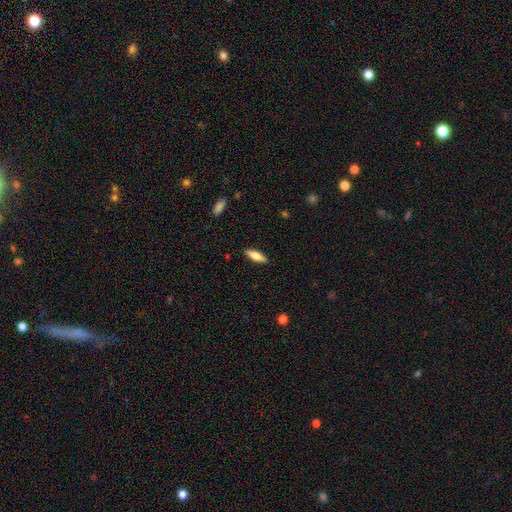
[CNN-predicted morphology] Smooth or featured?
  - smooth: 71% *
  - featured or disk: 23%
  - star or artifact: 6%
How rounded?
  - in between: 58% *
  - cigar-shaped: 40%
  - round: 2%
Merging?
  - none: 88% *
  - minor disturbance: 9%
  - major disturbance: 2%
  - merger: 1%